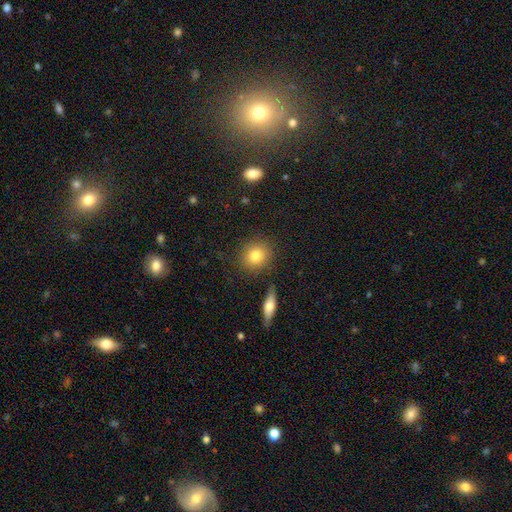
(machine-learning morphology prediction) smooth 81%, featured or disk 10%, star or artifact 9%. Down the decision tree: how rounded — round (82%); merging — none (84%).